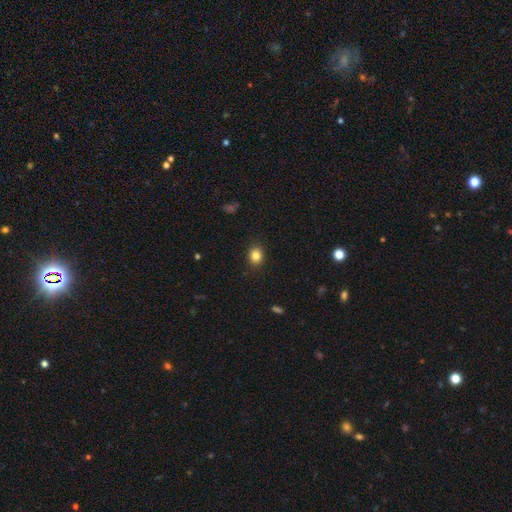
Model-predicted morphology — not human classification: smooth_or_featured: smooth (p=0.84) [alt: star or artifact p=0.11]
how_rounded: round (p=0.57) [alt: in between p=0.42]
merging: none (p=0.89) [alt: minor disturbance p=0.08]